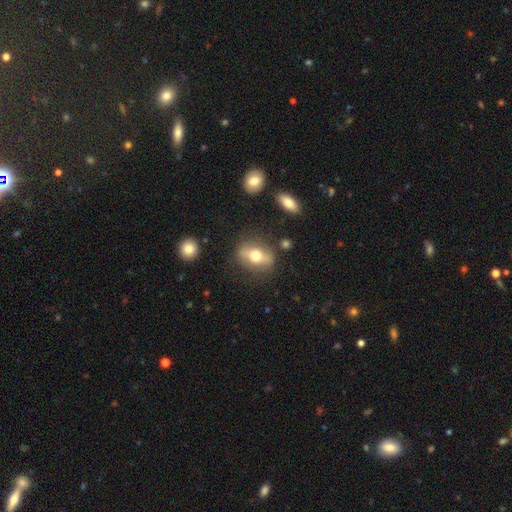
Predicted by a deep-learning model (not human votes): smooth-or-featured: smooth: 48% | featured or disk: 44% | star or artifact: 8%
  merging: none: 78% | minor disturbance: 14% | major disturbance: 5% | merger: 3%